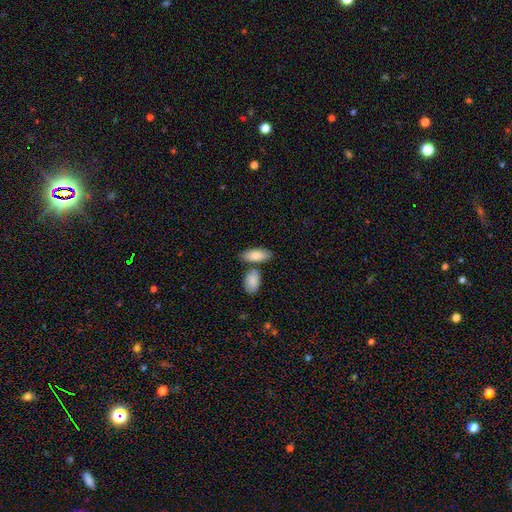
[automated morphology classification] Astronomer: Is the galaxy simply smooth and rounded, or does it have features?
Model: smooth — 83%.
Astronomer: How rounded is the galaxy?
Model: in between — 86%.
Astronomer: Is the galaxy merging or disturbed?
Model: none — 63%.